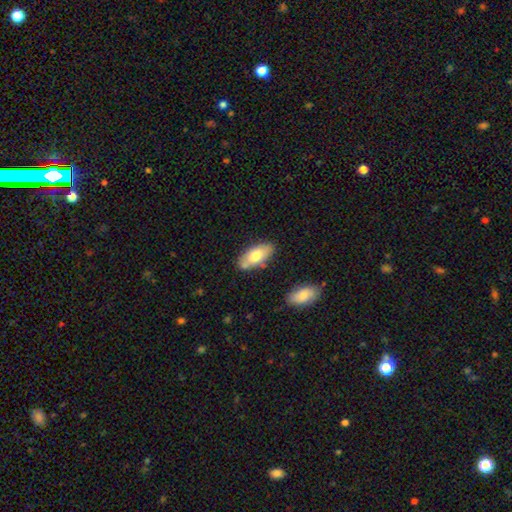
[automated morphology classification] smooth_or_featured: smooth (p=0.73) [alt: featured or disk p=0.21]
how_rounded: in between (p=0.89) [alt: cigar-shaped p=0.09]
merging: none (p=0.74) [alt: minor disturbance p=0.15]